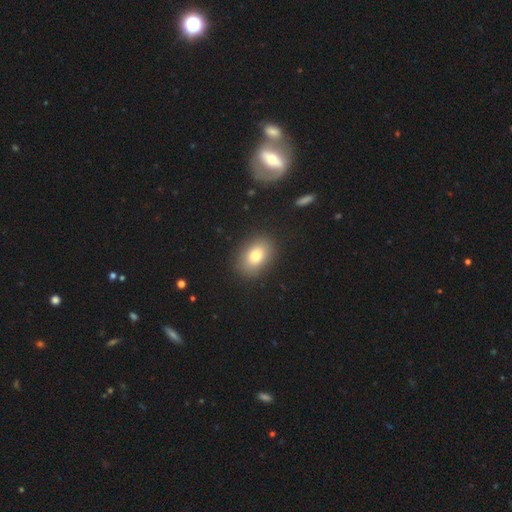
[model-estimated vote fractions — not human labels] A smooth galaxy with no disk features (80%) that is in between round and cigar-shaped (79%).

Vote fractions:
- Smooth or featured? smooth: 80% / featured or disk: 10% / star or artifact: 9%
- How rounded? in between: 79% / round: 20% / cigar-shaped: 1%
- Merging? none: 87% / minor disturbance: 9% / major disturbance: 3% / merger: 1%